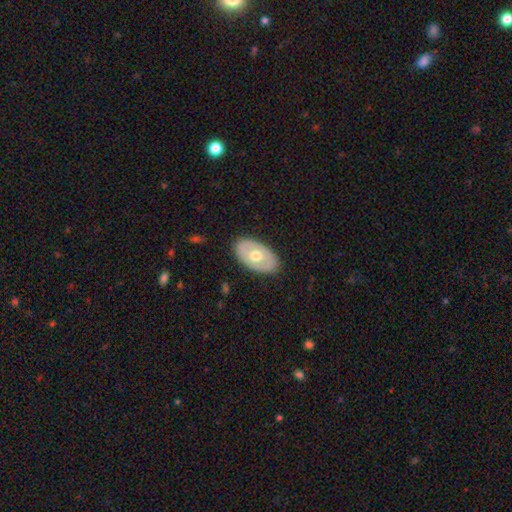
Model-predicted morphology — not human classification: Smooth or featured?
  - smooth: 50% *
  - featured or disk: 45%
  - star or artifact: 5%
Merging?
  - none: 85% *
  - minor disturbance: 11%
  - major disturbance: 3%
  - merger: 1%